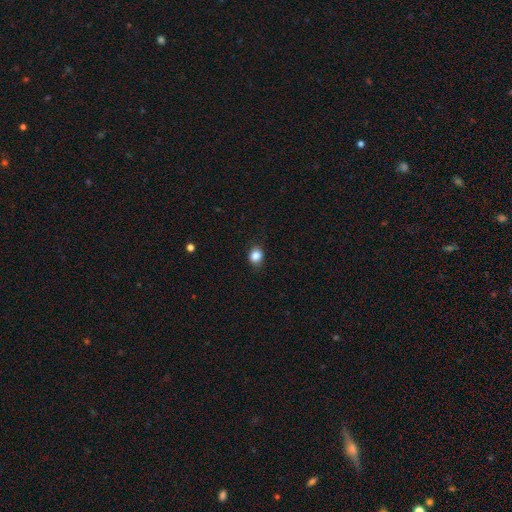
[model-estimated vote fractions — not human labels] Smooth or featured?
  - smooth: 85% *
  - star or artifact: 10%
  - featured or disk: 5%
How rounded?
  - round: 59% *
  - in between: 40%
  - cigar-shaped: 1%
Merging?
  - none: 85% *
  - minor disturbance: 11%
  - major disturbance: 3%
  - merger: 1%